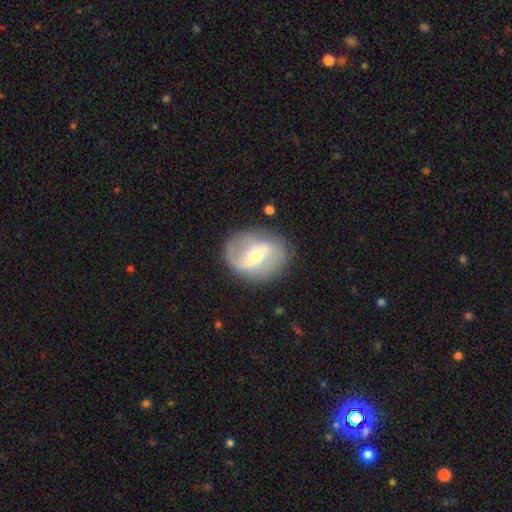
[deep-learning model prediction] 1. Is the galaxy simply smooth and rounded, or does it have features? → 75% featured or disk, 19% smooth, 6% star or artifact.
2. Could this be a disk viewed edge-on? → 95% no, 5% yes.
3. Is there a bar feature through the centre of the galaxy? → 43% strong, 40% weak, 17% no.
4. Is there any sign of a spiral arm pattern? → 78% yes, 22% no.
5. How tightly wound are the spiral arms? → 50% loose, 35% medium, 15% tight.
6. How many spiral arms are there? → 82% 2, 8% can't tell, 7% 1, 1% 3, 1% 4, 1% more than 4.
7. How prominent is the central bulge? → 54% moderate, 40% small, 4% large, 1% none, 1% dominant.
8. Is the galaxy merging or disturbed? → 81% none, 12% minor disturbance, 5% major disturbance, 2% merger.